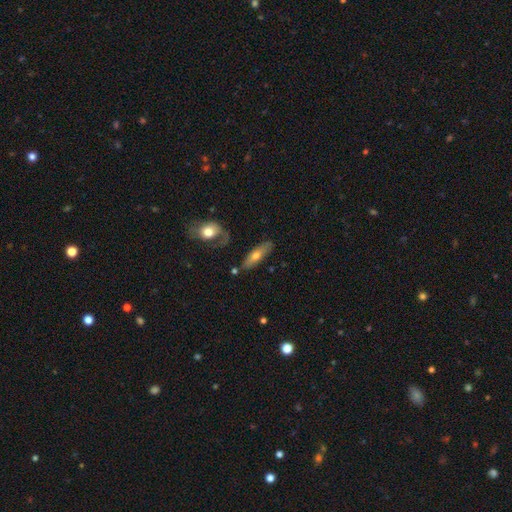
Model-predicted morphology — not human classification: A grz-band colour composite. It shows a smooth galaxy with no disk features (56%) that is in between round and cigar-shaped (54%). Merging: none (72%).